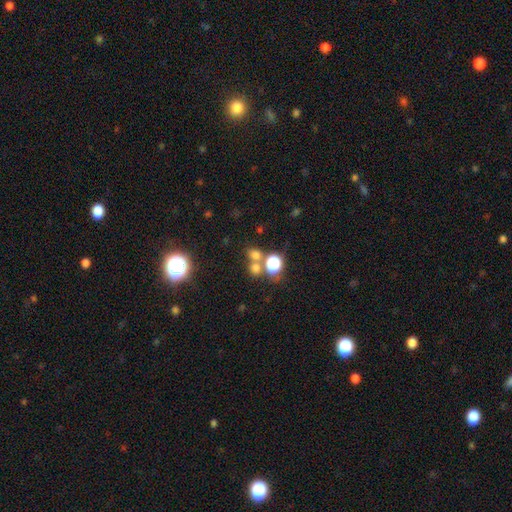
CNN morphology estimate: A smooth galaxy with no disk features (63%) that is round (73%).

Vote fractions:
- Smooth or featured? smooth: 63% / star or artifact: 29% / featured or disk: 9%
- How rounded? round: 73% / in between: 25% / cigar-shaped: 1%
- Merging? none: 55% / merger: 32% / minor disturbance: 8% / major disturbance: 4%